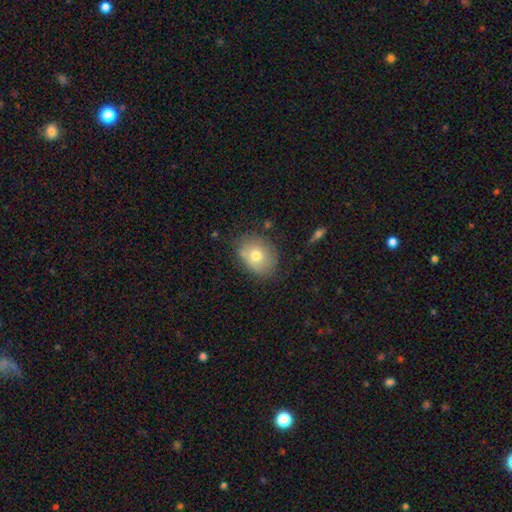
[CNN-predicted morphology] Q: Smooth or featured?
A: smooth (72%); runner-up: featured or disk (18%)
Q: How rounded?
A: in between (58%); runner-up: round (41%)
Q: Merging?
A: none (72%); runner-up: minor disturbance (20%)